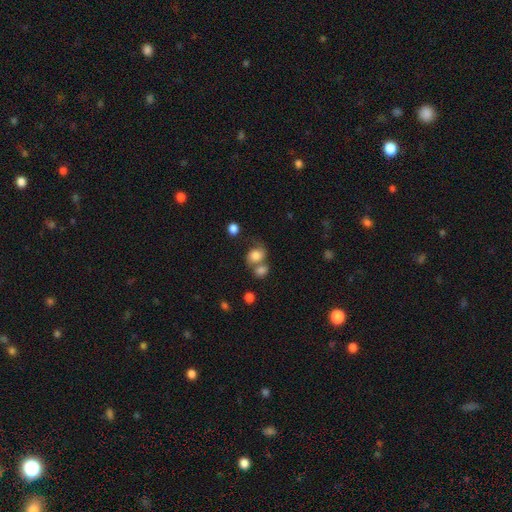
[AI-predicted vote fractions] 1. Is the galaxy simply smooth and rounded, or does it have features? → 65% smooth, 25% featured or disk, 10% star or artifact.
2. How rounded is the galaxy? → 60% round, 39% in between, 1% cigar-shaped.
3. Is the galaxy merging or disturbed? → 43% merger, 30% none, 15% minor disturbance, 11% major disturbance.